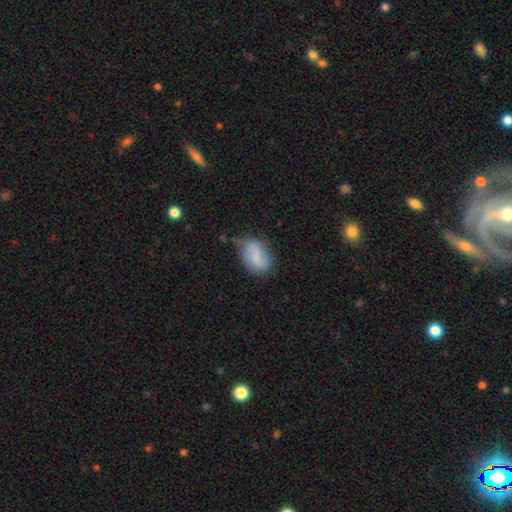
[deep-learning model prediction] This appears to be a smooth galaxy with no disk features (58%) that is in between round and cigar-shaped (82%). Merging: none (55%).